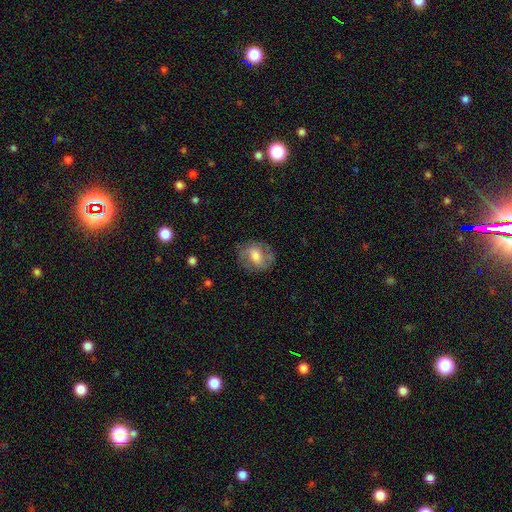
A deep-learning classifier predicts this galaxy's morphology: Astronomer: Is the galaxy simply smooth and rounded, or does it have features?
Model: smooth — 50% (runner-up: featured or disk, 43%).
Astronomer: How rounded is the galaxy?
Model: round — 57% (runner-up: in between, 41%).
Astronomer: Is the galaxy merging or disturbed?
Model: none — 75%.